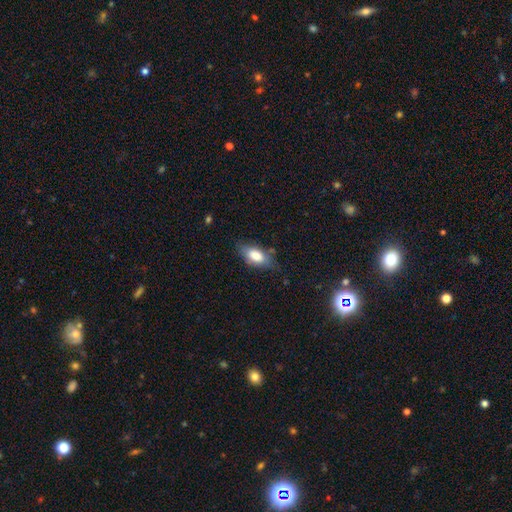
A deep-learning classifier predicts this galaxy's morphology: type=smooth (79%); roundness=in between (86%); merging=none (70%).